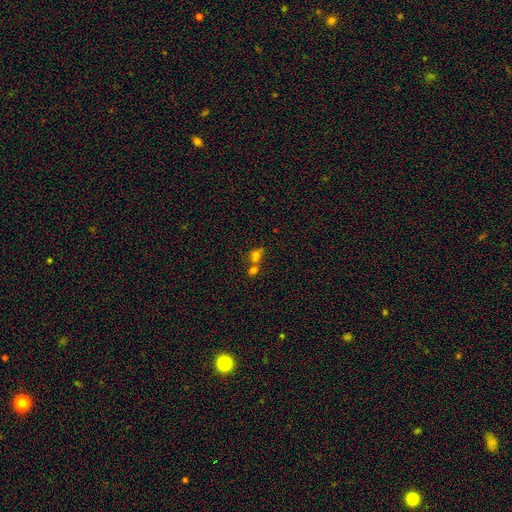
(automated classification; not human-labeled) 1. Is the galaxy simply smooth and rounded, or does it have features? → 65% smooth, 20% star or artifact, 15% featured or disk.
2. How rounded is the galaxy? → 51% in between, 46% round, 4% cigar-shaped.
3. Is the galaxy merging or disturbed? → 63% merger, 25% none, 7% minor disturbance, 5% major disturbance.